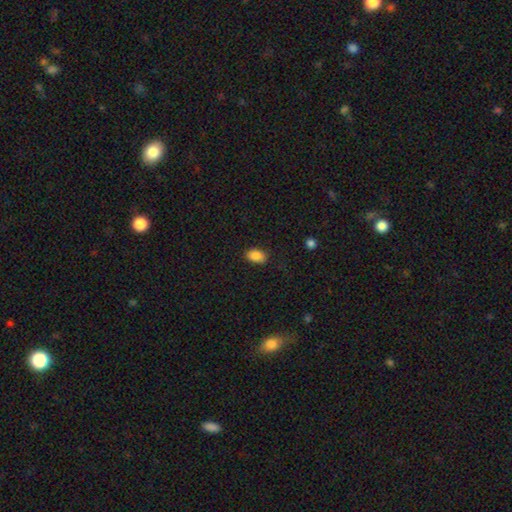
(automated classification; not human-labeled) Smooth or featured? Predicted: smooth (p=0.87). How rounded? Predicted: in between (p=0.87). Merging? Predicted: none (p=0.83).